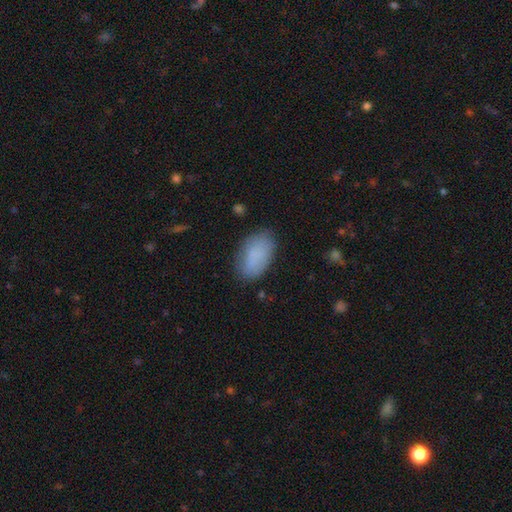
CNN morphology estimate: Smooth or featured? Predicted: smooth (p=0.83). How rounded? Predicted: in between (p=0.93). Merging? Predicted: none (p=0.76).